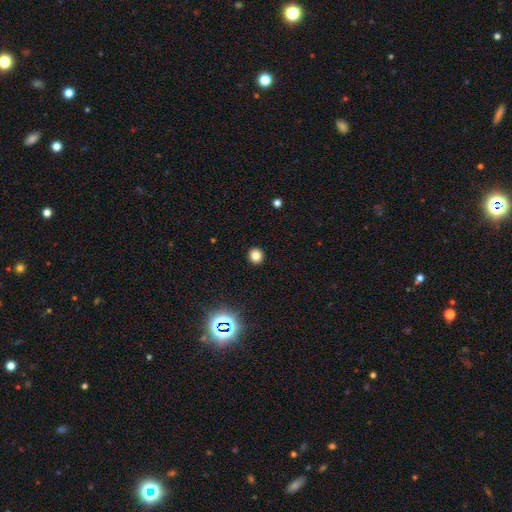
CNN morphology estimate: The model was most divided on "smooth or featured": smooth: 81%, star or artifact: 14%, featured or disk: 5%. More confident: merging — none (93%); how rounded — round (87%).